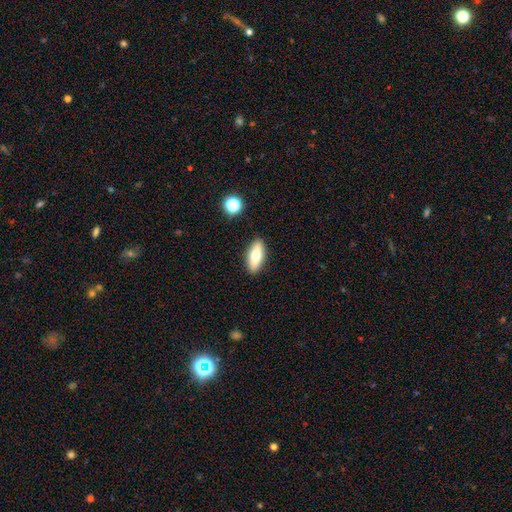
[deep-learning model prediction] This appears to be a smooth galaxy with no disk features (70%) that is in between round and cigar-shaped (79%). Merging: none (88%).